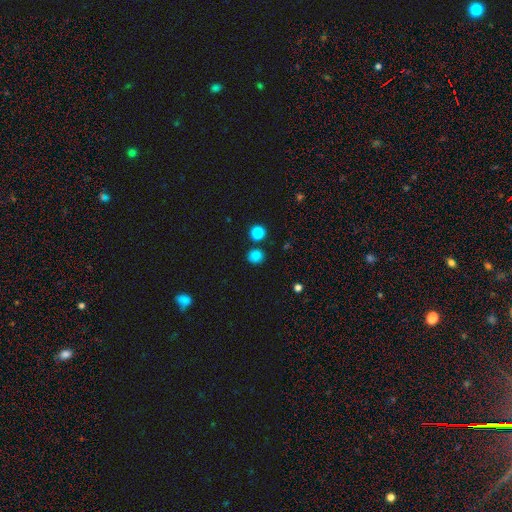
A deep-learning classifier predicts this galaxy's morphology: The model was most divided on "smooth or featured": smooth: 83%, star or artifact: 14%, featured or disk: 3%. More confident: how rounded — round (88%); merging — none (84%).